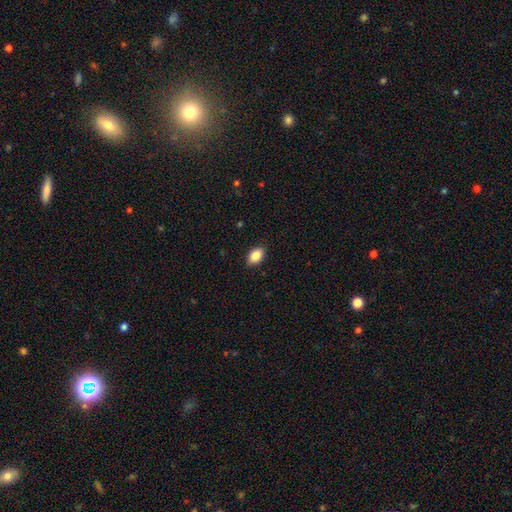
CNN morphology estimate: A smooth galaxy with no disk features (87%) that is in between round and cigar-shaped (88%).

Vote fractions:
- Smooth or featured? smooth: 87% / star or artifact: 8% / featured or disk: 5%
- How rounded? in between: 88% / round: 10% / cigar-shaped: 2%
- Merging? none: 87% / minor disturbance: 10% / major disturbance: 2% / merger: 1%